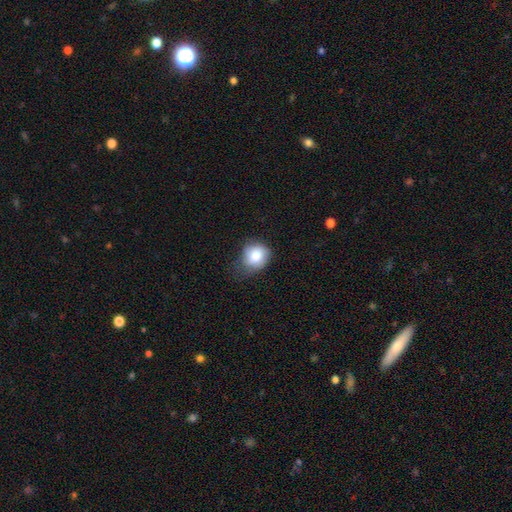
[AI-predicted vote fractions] A smooth galaxy with no disk features (81%) that is round (66%). Merging: none (49%).